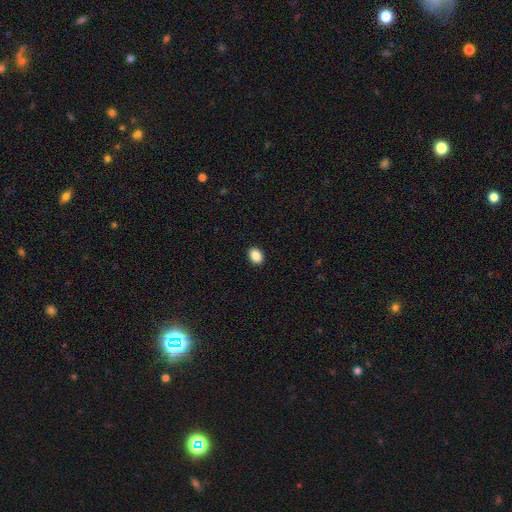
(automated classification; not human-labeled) A smooth galaxy with no disk features (87%) that is in between round and cigar-shaped (62%). Merging: none (92%).